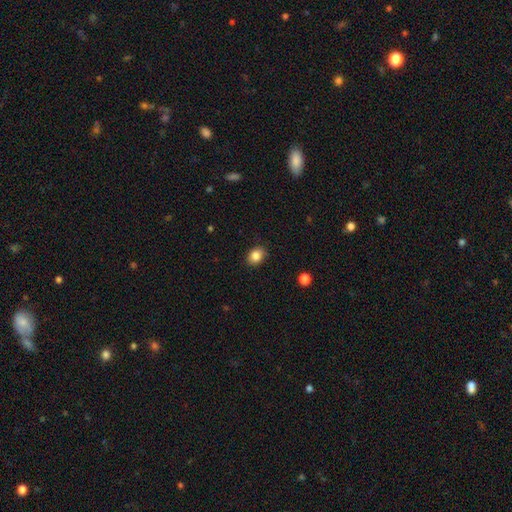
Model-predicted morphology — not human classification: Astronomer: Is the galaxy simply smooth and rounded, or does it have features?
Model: smooth — 85%.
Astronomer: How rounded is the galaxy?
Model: in between — 59% (runner-up: round, 40%).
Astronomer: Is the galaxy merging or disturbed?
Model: none — 87%.